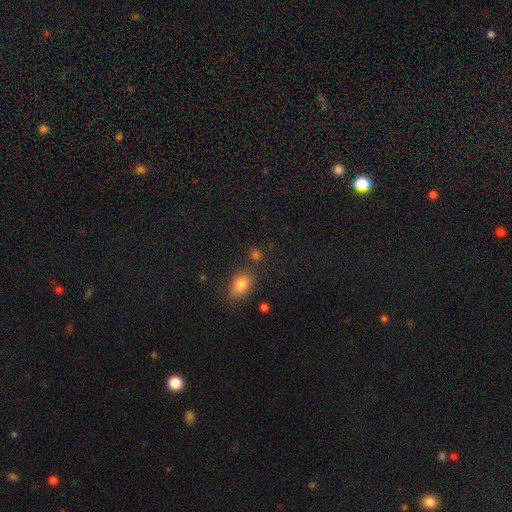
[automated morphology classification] type=smooth (71%); roundness=in between (64%); merging=none (75%).